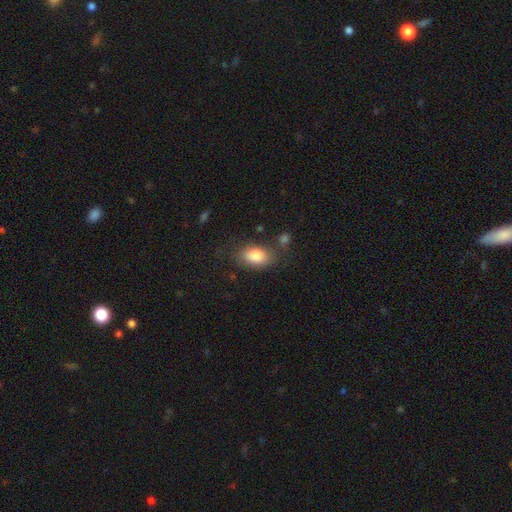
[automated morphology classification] Smooth or featured? Predicted: smooth (p=0.84). How rounded? Predicted: in between (p=0.89). Merging? Predicted: none (p=0.71).